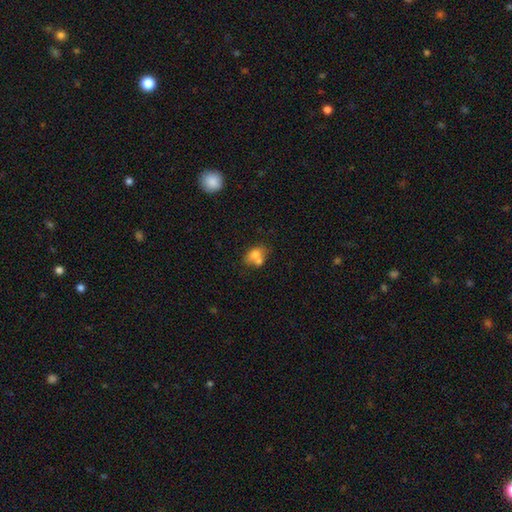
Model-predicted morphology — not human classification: A smooth galaxy with no disk features (70%) that is in between round and cigar-shaped (64%). Merging: merger (48%).